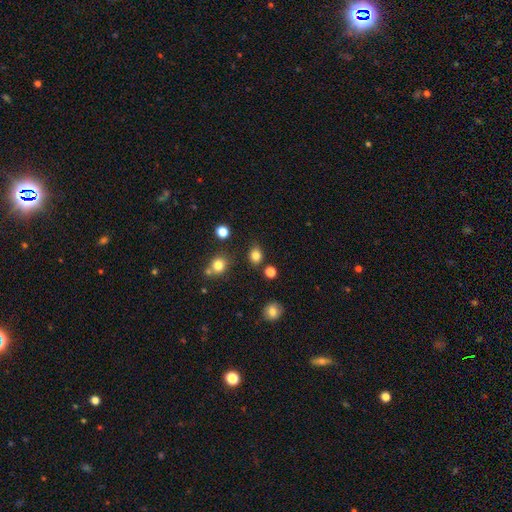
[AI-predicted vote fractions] Smooth or featured? smooth (82%)
How rounded? round (60%)
Merging? none (78%)